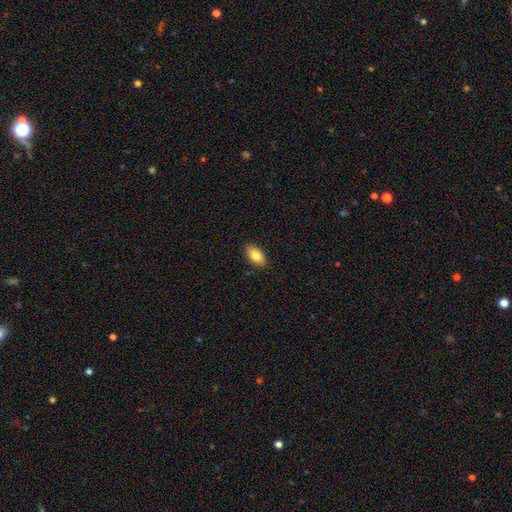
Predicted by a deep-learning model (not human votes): Smooth or featured? Predicted: smooth (p=0.84). How rounded? Predicted: in between (p=0.92). Merging? Predicted: none (p=0.89).